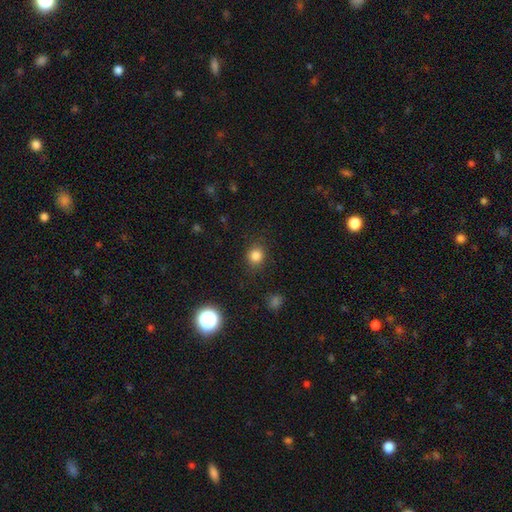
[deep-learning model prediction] smooth-or-featured: smooth: 82% | star or artifact: 13% | featured or disk: 5%
  how-rounded: round: 82% | in between: 17% | cigar-shaped: 1%
  merging: none: 87% | minor disturbance: 9% | major disturbance: 3% | merger: 1%